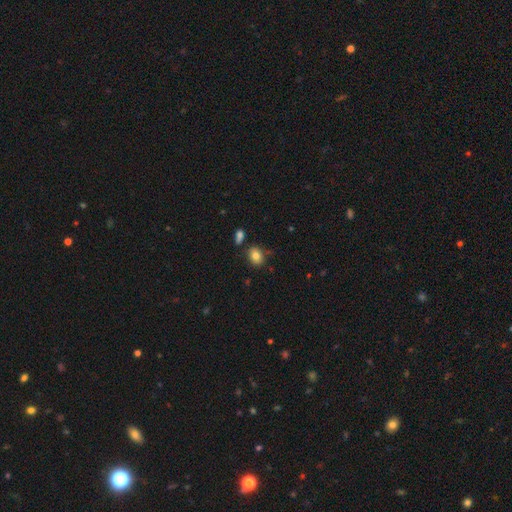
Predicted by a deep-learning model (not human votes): Smooth or featured: smooth — 81% (star or artifact — 10%)
How rounded: in between — 61% (round — 38%)
Merging: none — 76% (minor disturbance — 14%)